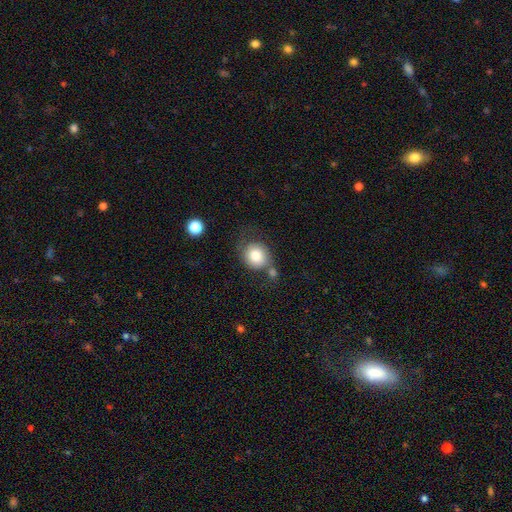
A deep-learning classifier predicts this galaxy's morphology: Overall: smooth (79%). How rounded: round (78%). Merging: none (54%; minor disturbance 20%).